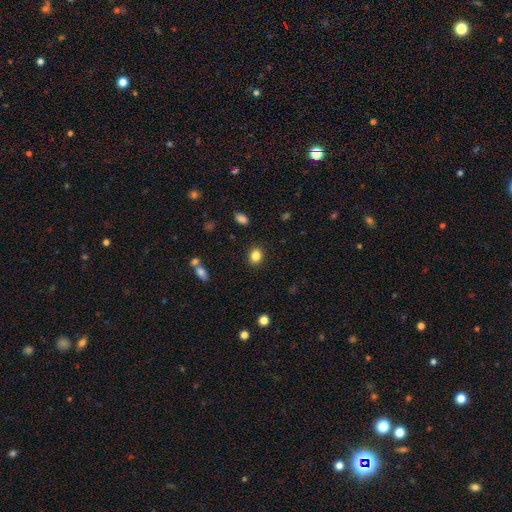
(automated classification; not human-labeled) Smooth or featured?
  - smooth: 85% *
  - star or artifact: 10%
  - featured or disk: 5%
How rounded?
  - round: 58% *
  - in between: 41%
  - cigar-shaped: 1%
Merging?
  - none: 89% *
  - minor disturbance: 7%
  - major disturbance: 2%
  - merger: 1%